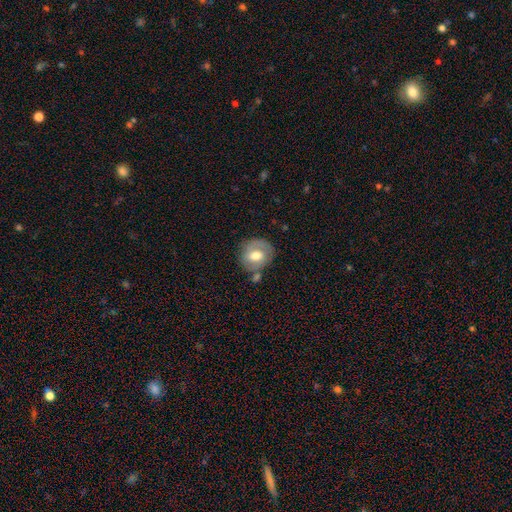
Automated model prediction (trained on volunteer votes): Overall: smooth (50%; featured or disk 43%). Merging: none (65%).